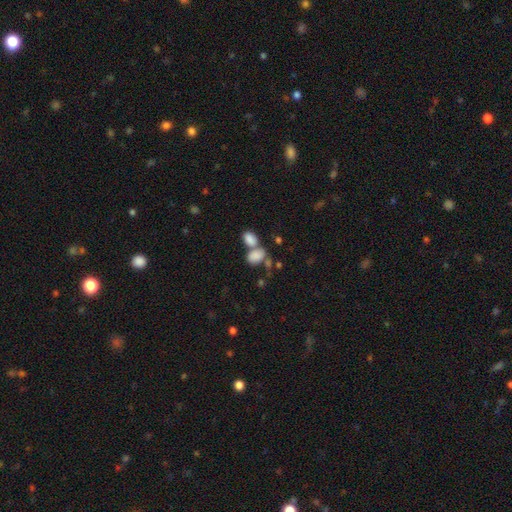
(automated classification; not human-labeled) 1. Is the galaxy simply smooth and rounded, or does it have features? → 82% smooth, 9% featured or disk, 9% star or artifact.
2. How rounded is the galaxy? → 84% in between, 14% round, 2% cigar-shaped.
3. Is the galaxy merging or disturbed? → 61% merger, 26% none, 9% minor disturbance, 5% major disturbance.